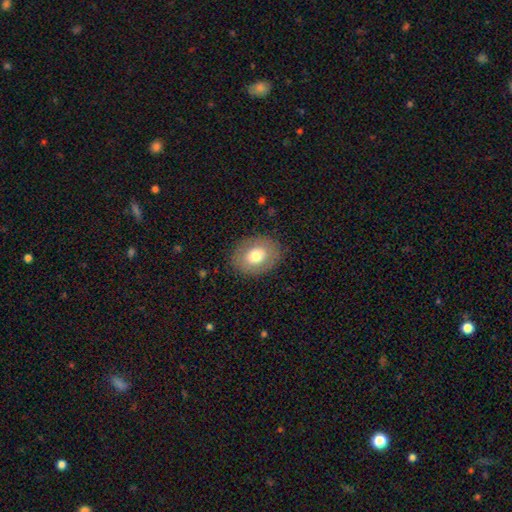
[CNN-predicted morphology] Smooth or featured? smooth (69%)
How rounded? in between (58%)
Merging? none (85%)